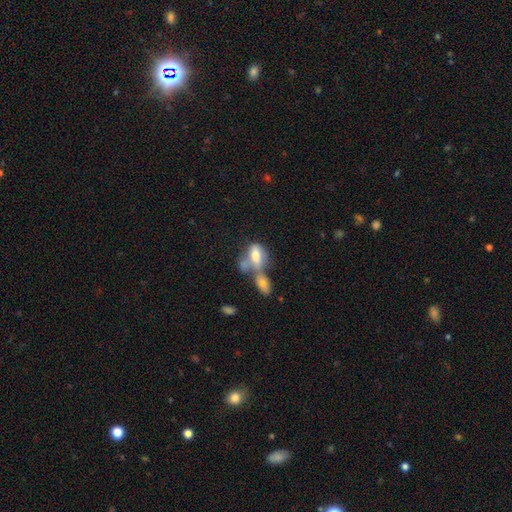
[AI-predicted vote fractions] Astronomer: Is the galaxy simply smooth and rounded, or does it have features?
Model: smooth — 67%.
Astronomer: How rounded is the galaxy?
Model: in between — 86%.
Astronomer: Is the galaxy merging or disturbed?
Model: merger — 57%.